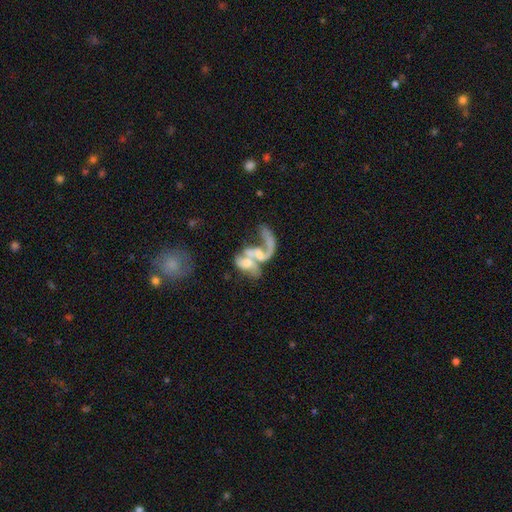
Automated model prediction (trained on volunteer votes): Q: Smooth or featured?
A: featured or disk (69%); runner-up: smooth (21%)
Q: Edge-on disk?
A: no (95%); runner-up: yes (5%)
Q: Bar?
A: no (62%); runner-up: weak (26%)
Q: Spiral arms?
A: yes (65%); runner-up: no (35%)
Q: Bulge size?
A: moderate (32%); runner-up: small (31%)
Q: Merging?
A: merger (64%); runner-up: major disturbance (19%)